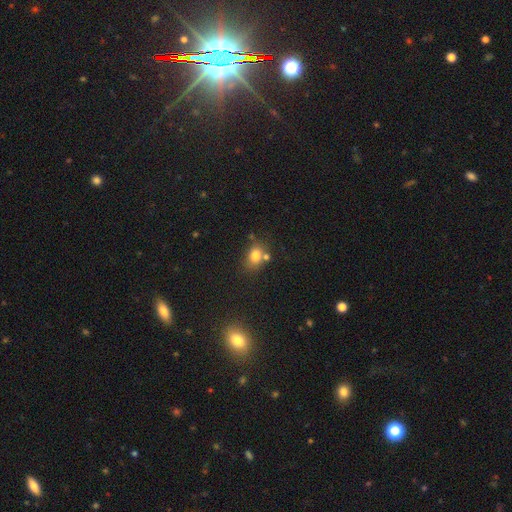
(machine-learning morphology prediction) A smooth galaxy with no disk features (78%) that is in between round and cigar-shaped (52%). Merging: none (61%).